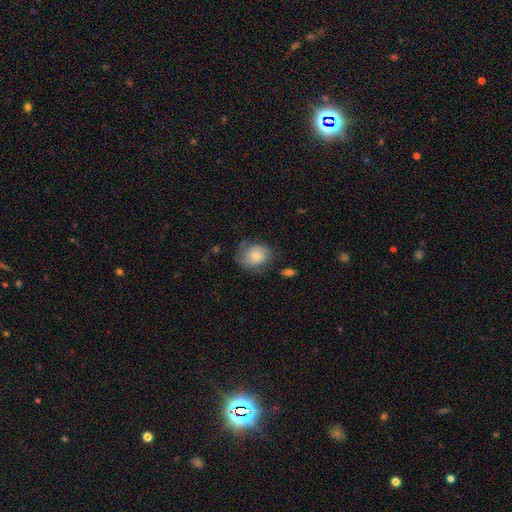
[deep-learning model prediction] This is possibly a smooth galaxy (56%). How rounded: possibly round (56%). Merging: likely none (61%).